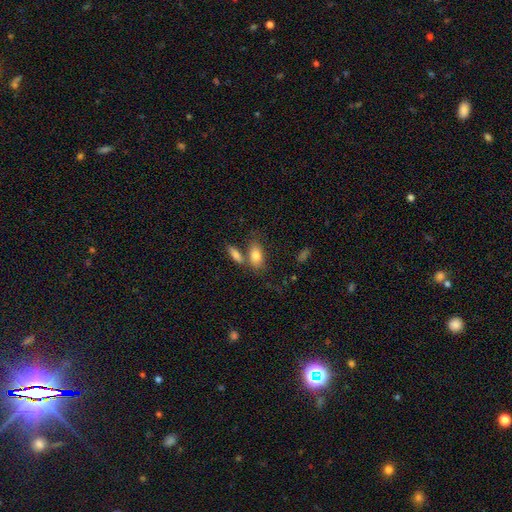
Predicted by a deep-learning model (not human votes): This appears to be a smooth galaxy with no disk features (80%) that is in between round and cigar-shaped (86%). Merging: none (51%).